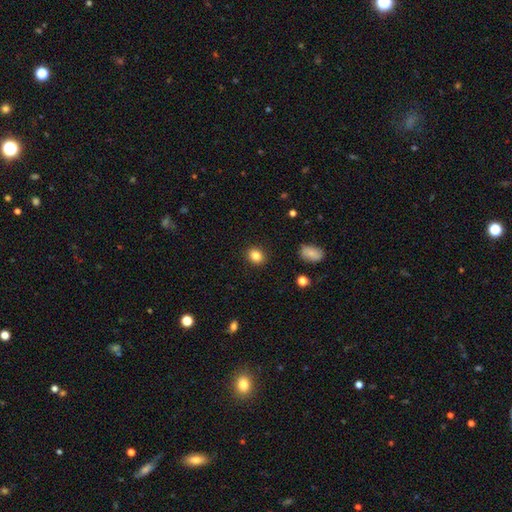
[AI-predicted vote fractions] Smooth or featured? Predicted: smooth (p=0.85). How rounded? Predicted: round (p=0.64). Merging? Predicted: none (p=0.90).